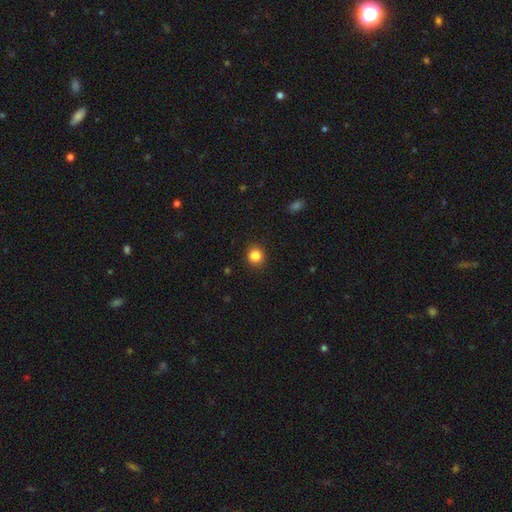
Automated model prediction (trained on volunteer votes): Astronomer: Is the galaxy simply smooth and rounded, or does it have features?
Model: smooth — 86%.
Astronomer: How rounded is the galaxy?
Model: round — 86%.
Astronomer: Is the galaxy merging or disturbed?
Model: none — 90%.